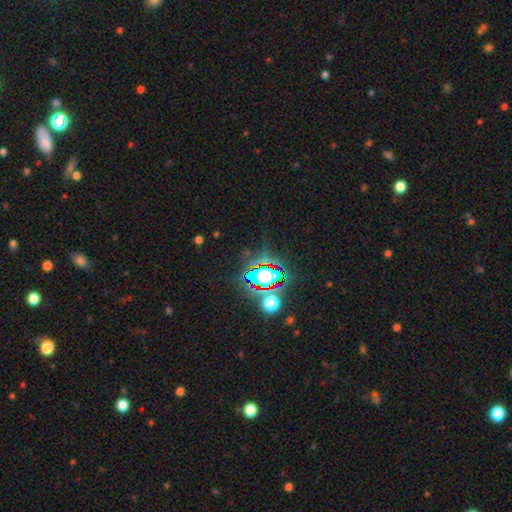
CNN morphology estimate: This appears to be a star or artifact, not a galaxy (82%).